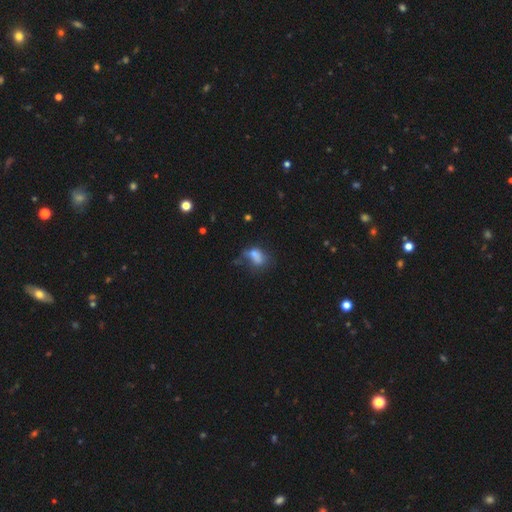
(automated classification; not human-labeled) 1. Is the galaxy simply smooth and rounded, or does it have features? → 66% smooth, 21% featured or disk, 13% star or artifact.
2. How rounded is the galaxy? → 80% in between, 17% round, 4% cigar-shaped.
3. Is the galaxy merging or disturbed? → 34% major disturbance, 27% none, 25% minor disturbance, 14% merger.